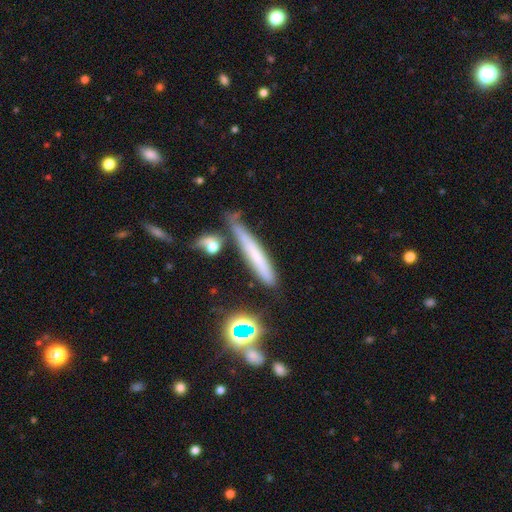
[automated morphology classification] Overall: smooth (54%; featured or disk 32%). How rounded: cigar-shaped (92%). Merging: none (65%).